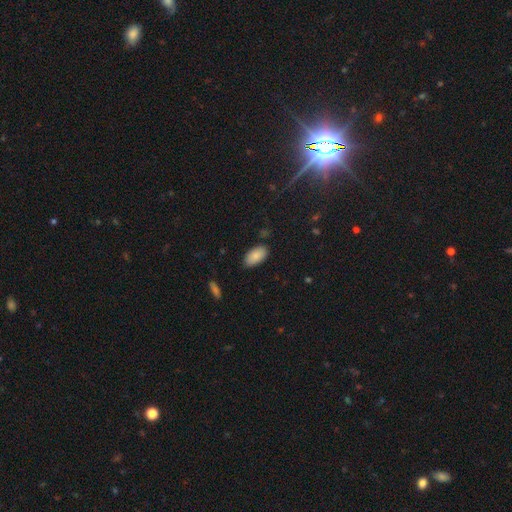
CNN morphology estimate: This is clearly a smooth galaxy (87%). How rounded: clearly in between (94%). Merging: clearly none (84%).